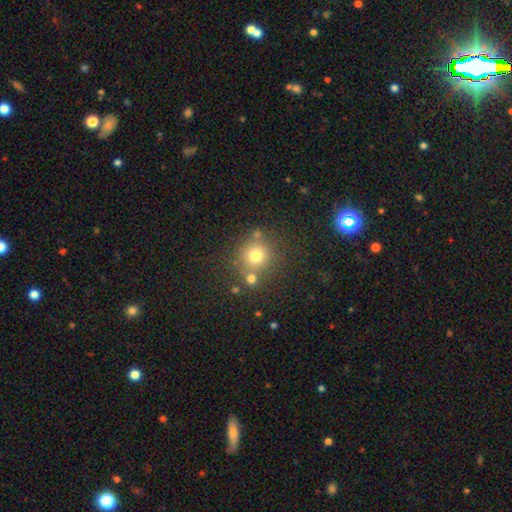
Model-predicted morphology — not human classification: Smooth or featured: smooth — 74% (star or artifact — 16%)
How rounded: round — 91% (in between — 8%)
Merging: none — 70% (merger — 16%)